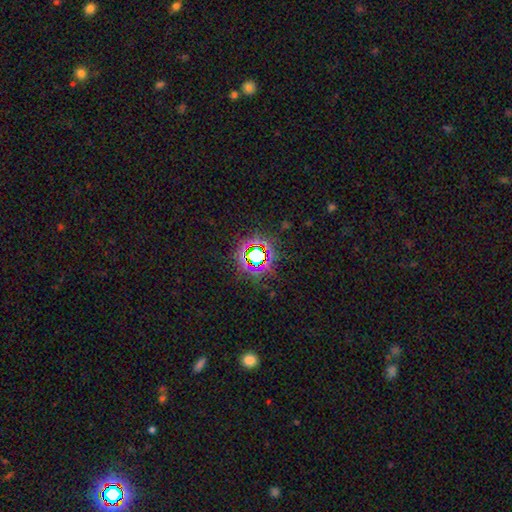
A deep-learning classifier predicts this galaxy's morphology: smooth_or_featured: star or artifact (p=0.72) [alt: smooth p=0.18]